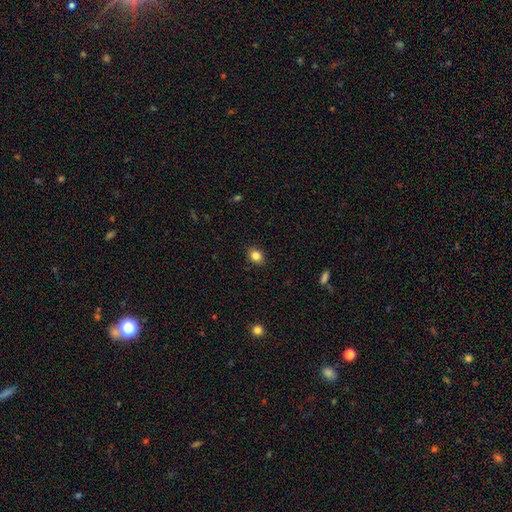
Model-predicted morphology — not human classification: This appears to be a smooth galaxy with no disk features (84%) that is round (53%). Merging: none (88%).